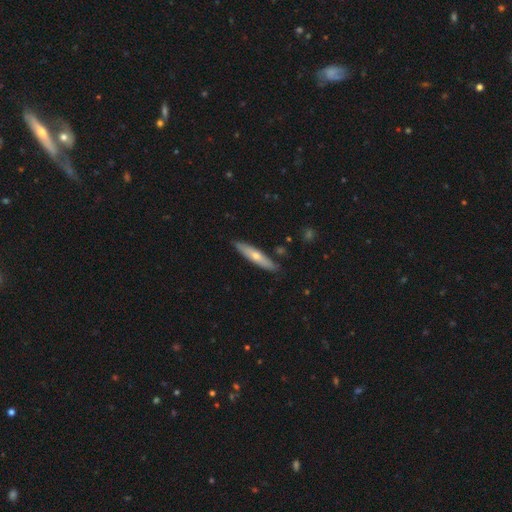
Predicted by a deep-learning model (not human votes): A smooth galaxy with no disk features (48%).

Vote fractions:
- Smooth or featured? smooth: 48% / featured or disk: 46% / star or artifact: 6%
- Merging? none: 87% / minor disturbance: 10% / merger: 2% / major disturbance: 2%